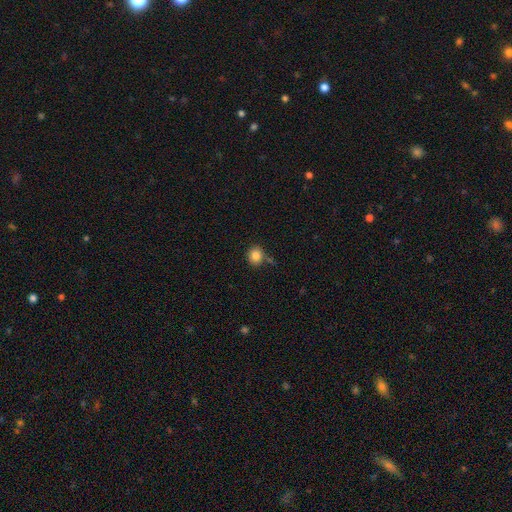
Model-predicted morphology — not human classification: Smooth or featured?
  - smooth: 84% *
  - star or artifact: 10%
  - featured or disk: 5%
How rounded?
  - round: 83% *
  - in between: 16%
  - cigar-shaped: 1%
Merging?
  - none: 76% *
  - minor disturbance: 13%
  - merger: 8%
  - major disturbance: 3%